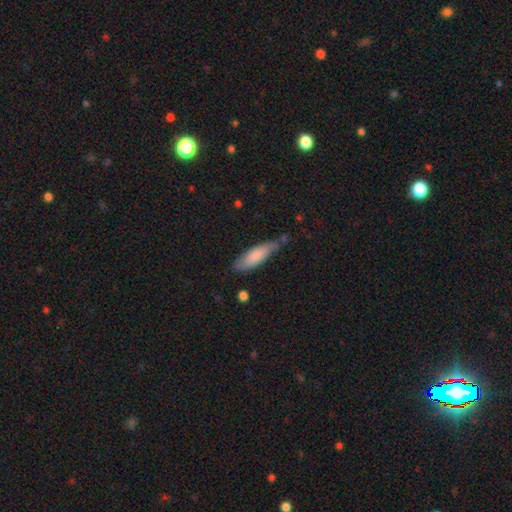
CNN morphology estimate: Overall: smooth (78%). How rounded: cigar-shaped (54%; in between 44%). Merging: none (68%).